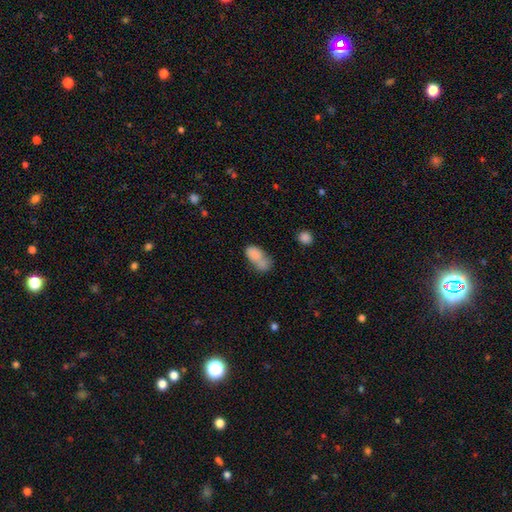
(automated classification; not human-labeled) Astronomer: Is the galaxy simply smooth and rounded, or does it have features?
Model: smooth — 77%.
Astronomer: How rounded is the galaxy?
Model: in between — 87%.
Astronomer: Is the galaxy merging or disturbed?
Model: merger — 44% (runner-up: none, 25%).